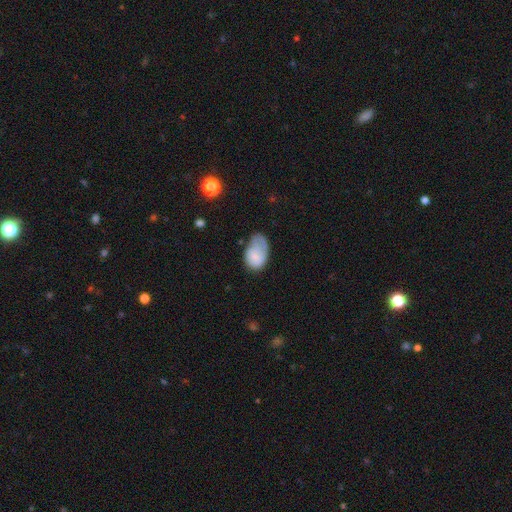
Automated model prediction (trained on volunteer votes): The model was most divided on "merging": minor disturbance: 37%, none: 32%, major disturbance: 27%, merger: 3%. More confident: how rounded — in between (89%); smooth or featured — smooth (64%).